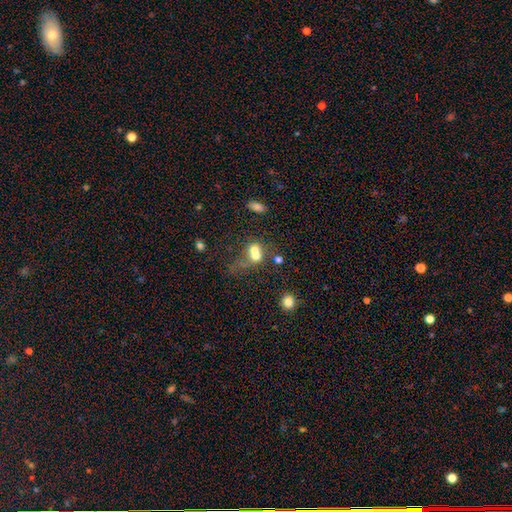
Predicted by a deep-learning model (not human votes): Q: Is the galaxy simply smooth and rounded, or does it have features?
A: smooth — 63%.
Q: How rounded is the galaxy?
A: round — 63%.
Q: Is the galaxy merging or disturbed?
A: merger — 65%.